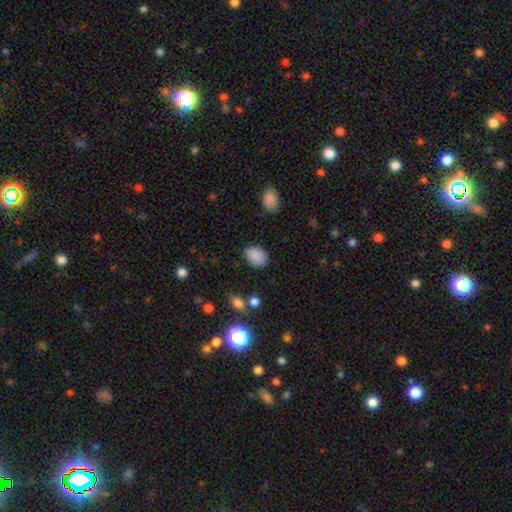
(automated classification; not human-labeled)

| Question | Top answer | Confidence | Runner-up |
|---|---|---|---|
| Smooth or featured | smooth | 86% | star or artifact (8%) |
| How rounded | in between | 76% | round (23%) |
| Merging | none | 77% | minor disturbance (17%) |